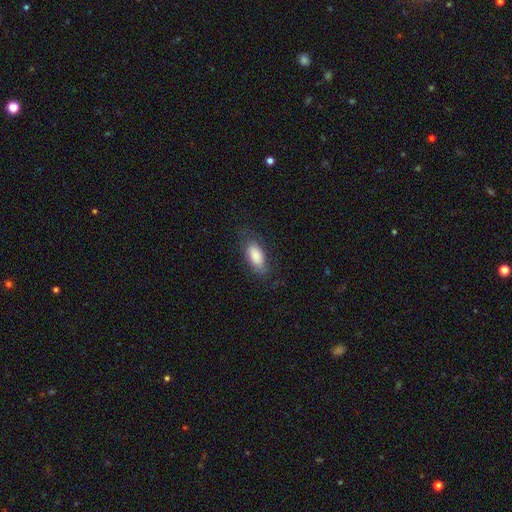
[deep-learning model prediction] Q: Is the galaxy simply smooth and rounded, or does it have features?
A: smooth — 81%.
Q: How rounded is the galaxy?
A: in between — 88%.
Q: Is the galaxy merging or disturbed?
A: none — 72%.